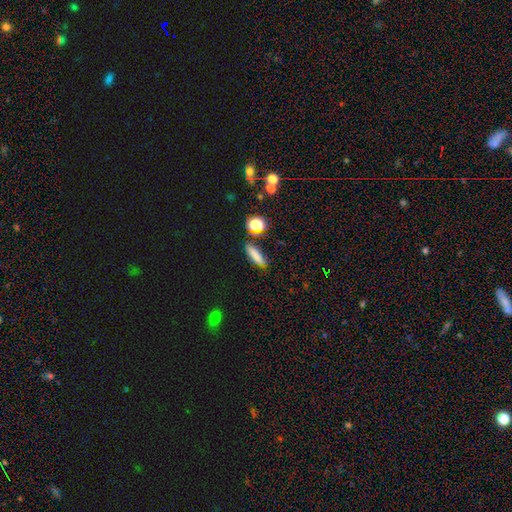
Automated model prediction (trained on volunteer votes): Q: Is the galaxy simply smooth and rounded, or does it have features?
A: smooth — 77%.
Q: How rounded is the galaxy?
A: cigar-shaped — 67%.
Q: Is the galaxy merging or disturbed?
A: none — 81%.